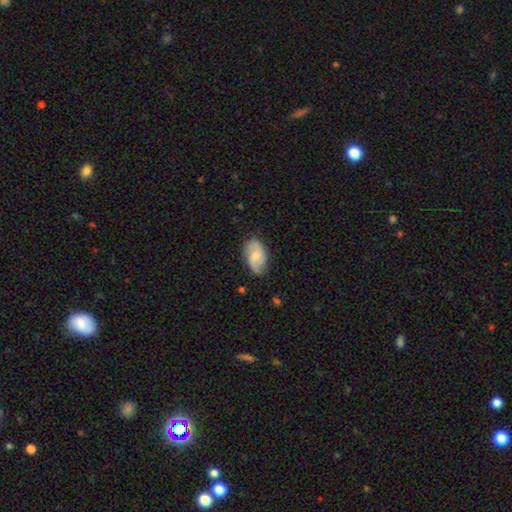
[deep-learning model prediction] featured or disk 56%, smooth 38%, star or artifact 7%. Down the decision tree: edge-on disk — no (96%); bar — no (64%); spiral arms — yes (91%); bulge size — small (49%); merging — none (72%).